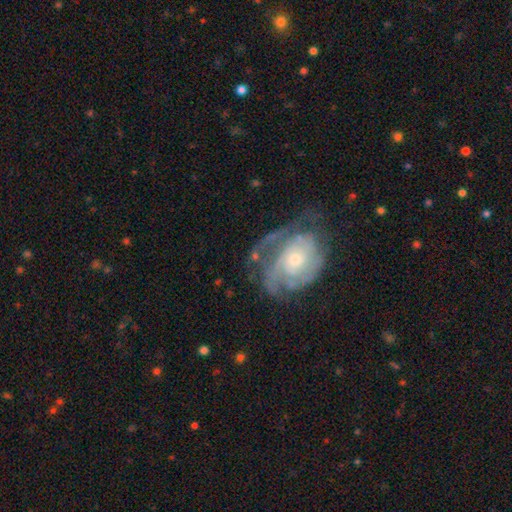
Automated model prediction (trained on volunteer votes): This is likely a featured or disk galaxy (80%). It is clearly not viewed edge-on (96%). Bar: likely no (78%). Spiral arm pattern: clearly yes (87%). Spiral arm count: marginally can't tell (38%). Spiral winding: possibly tight (56%). Central bulge: possibly moderate (47%). Merging: possibly none (50%).